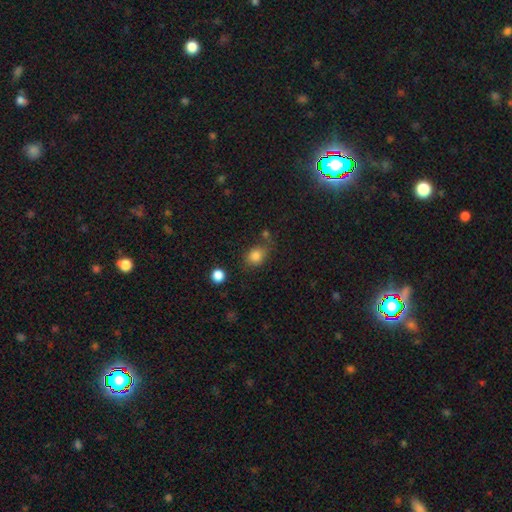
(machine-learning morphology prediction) This is clearly a smooth galaxy (83%). How rounded: possibly round (54%). Merging: likely none (66%).